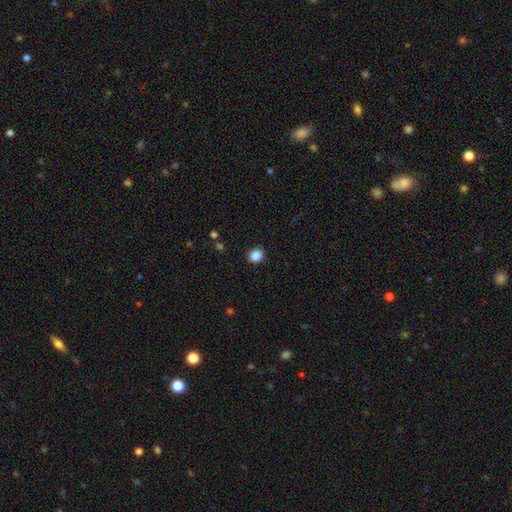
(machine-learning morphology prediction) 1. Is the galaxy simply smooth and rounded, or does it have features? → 86% smooth, 11% star or artifact, 3% featured or disk.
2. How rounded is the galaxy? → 83% round, 16% in between, 1% cigar-shaped.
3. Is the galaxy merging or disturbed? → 91% none, 6% minor disturbance, 2% major disturbance, 1% merger.